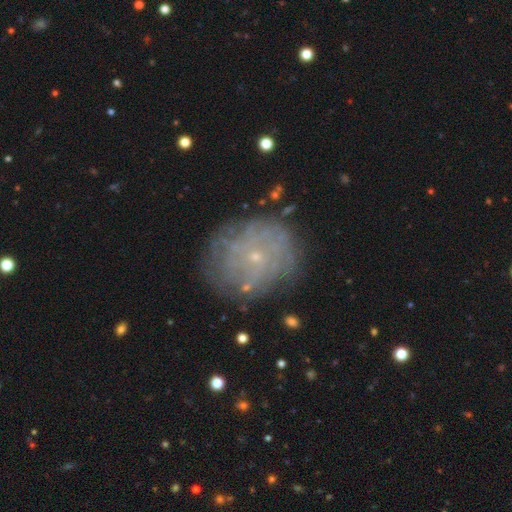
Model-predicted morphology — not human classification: Smooth or featured? featured or disk (59%)
Edge-on disk? no (97%)
Bar? no (87%)
Spiral arms? yes (61%)
Bulge size? small (88%)
Merging? none (75%)